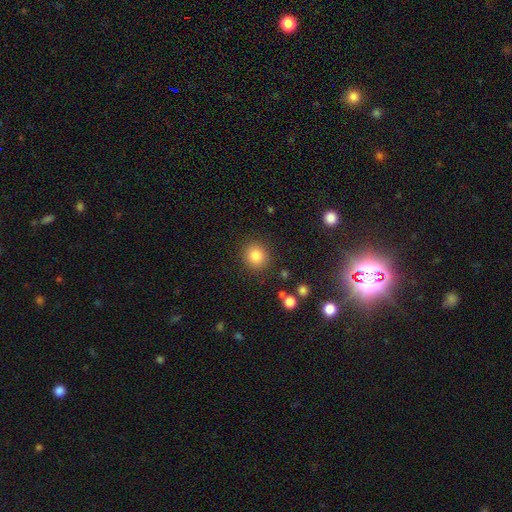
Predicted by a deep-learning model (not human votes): A smooth galaxy with no disk features (84%) that is round (86%).

Vote fractions:
- Smooth or featured? smooth: 84% / star or artifact: 10% / featured or disk: 6%
- How rounded? round: 86% / in between: 13% / cigar-shaped: 1%
- Merging? none: 88% / minor disturbance: 7% / major disturbance: 3% / merger: 2%